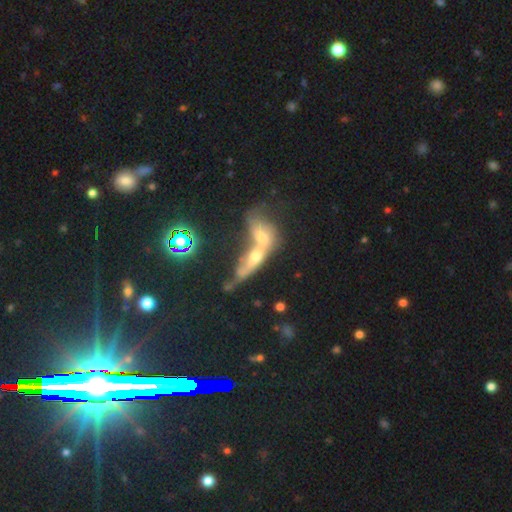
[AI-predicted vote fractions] smooth-or-featured: featured or disk: 44% | smooth: 41% | star or artifact: 15%
  merging: merger: 76% | none: 12% | major disturbance: 7% | minor disturbance: 6%